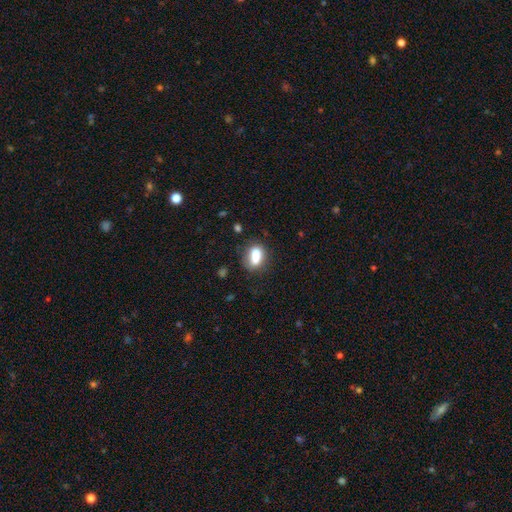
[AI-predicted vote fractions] Smooth or featured? Predicted: smooth (p=0.75). How rounded? Predicted: in between (p=0.70). Merging? Predicted: none (p=0.54).